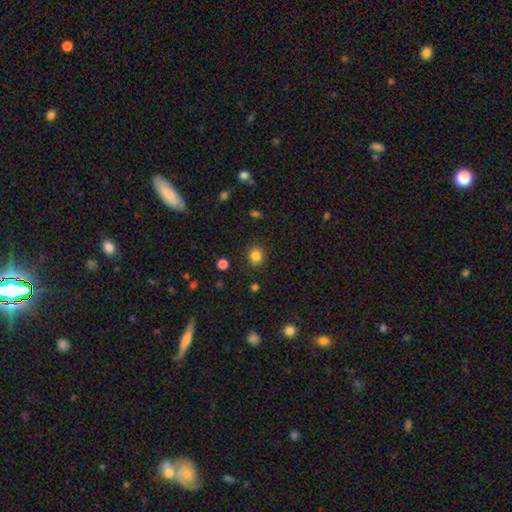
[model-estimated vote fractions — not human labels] Morphology: type=smooth (83%); roundness=round (84%); merging=none (89%).